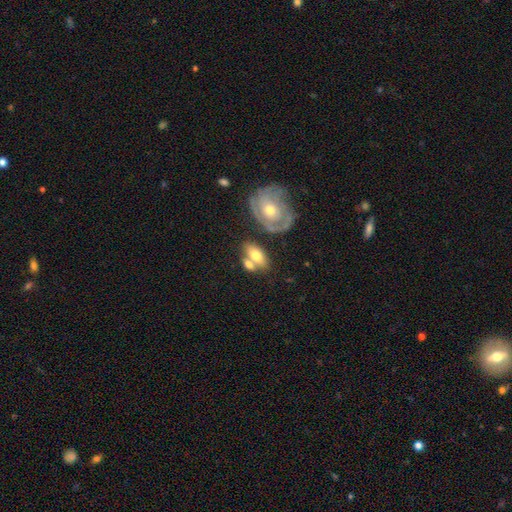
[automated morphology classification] This is likely a smooth galaxy (62%). How rounded: clearly in between (86%). Merging: marginally none (42%).